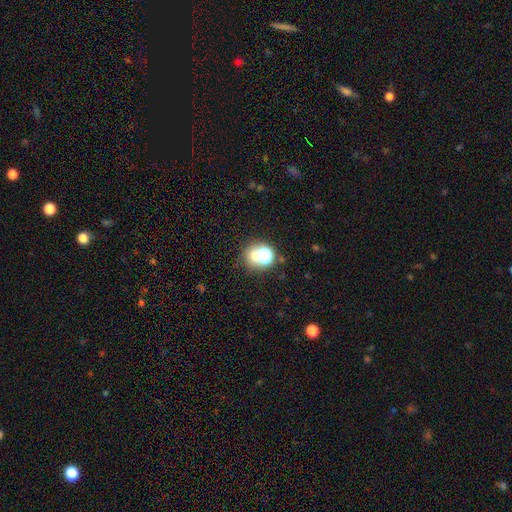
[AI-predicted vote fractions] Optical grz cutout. It shows a smooth galaxy with no disk features (53%) that is round (82%). Merging: none (60%).